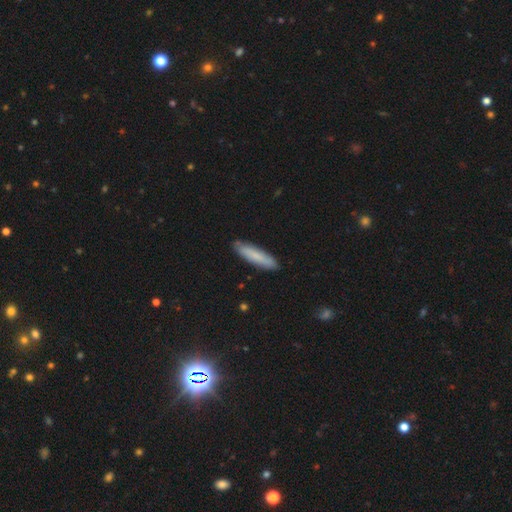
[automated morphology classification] smooth 75%, featured or disk 19%, star or artifact 6%. Down the decision tree: how rounded — cigar-shaped (78%); merging — none (86%).